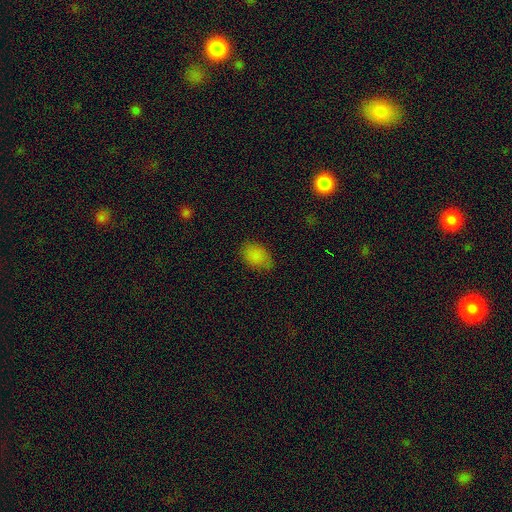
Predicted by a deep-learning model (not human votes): smooth_or_featured: smooth (p=0.83) [alt: star or artifact p=0.11]
how_rounded: in between (p=0.87) [alt: round p=0.11]
merging: none (p=0.75) [alt: minor disturbance p=0.20]